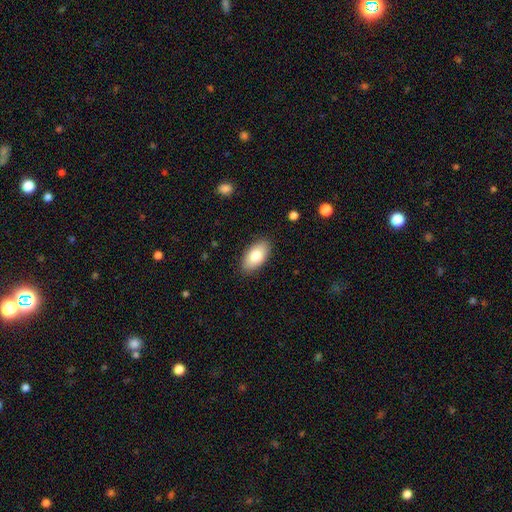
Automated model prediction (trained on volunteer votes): smooth 81%, featured or disk 13%, star or artifact 6%. Down the decision tree: how rounded — in between (94%); merging — none (87%).